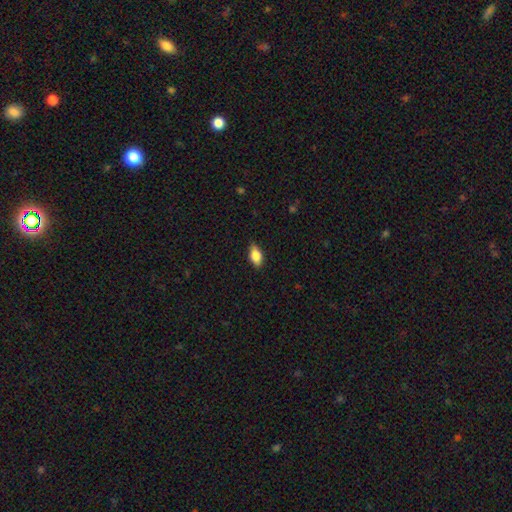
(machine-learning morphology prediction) A smooth galaxy with no disk features (81%) that is in between round and cigar-shaped (87%).

Vote fractions:
- Smooth or featured? smooth: 81% / featured or disk: 12% / star or artifact: 8%
- How rounded? in between: 87% / cigar-shaped: 7% / round: 6%
- Merging? none: 83% / minor disturbance: 14% / major disturbance: 2% / merger: 1%